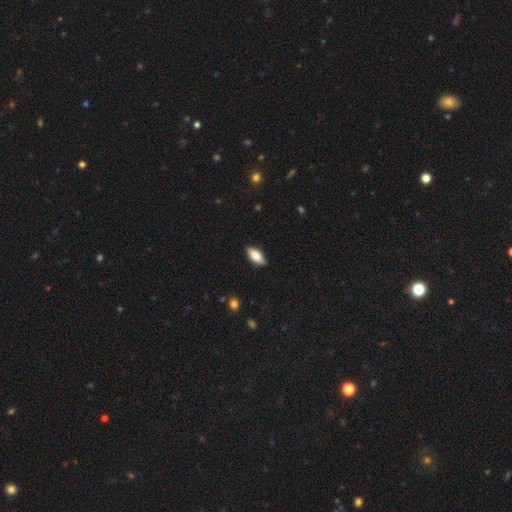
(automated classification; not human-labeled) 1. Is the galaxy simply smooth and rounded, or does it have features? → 77% smooth, 16% featured or disk, 7% star or artifact.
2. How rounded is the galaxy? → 87% in between, 11% cigar-shaped, 3% round.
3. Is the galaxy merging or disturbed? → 87% none, 10% minor disturbance, 2% major disturbance, 1% merger.